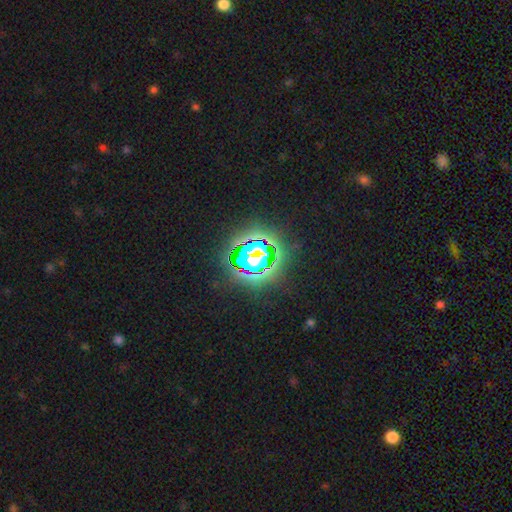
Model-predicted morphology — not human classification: star or artifact 74%, smooth 15%, featured or disk 11%.